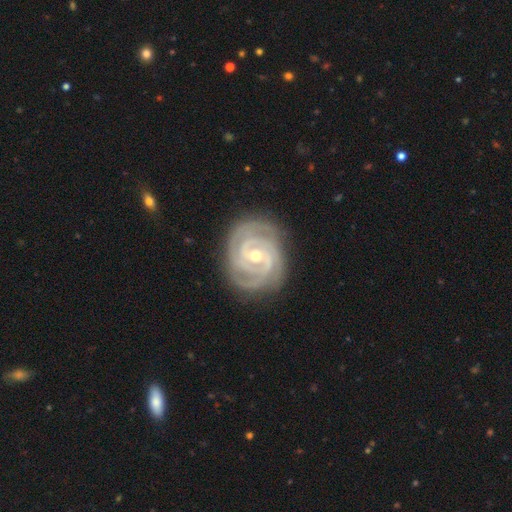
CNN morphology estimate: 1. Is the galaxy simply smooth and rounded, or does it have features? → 92% featured or disk, 4% star or artifact, 4% smooth.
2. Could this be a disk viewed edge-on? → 97% no, 3% yes.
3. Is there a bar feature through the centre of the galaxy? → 44% weak, 36% no, 20% strong.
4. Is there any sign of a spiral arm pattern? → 98% yes, 2% no.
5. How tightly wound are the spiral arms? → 80% tight, 18% medium, 2% loose.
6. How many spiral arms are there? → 38% 3, 29% 2, 12% 4, 12% can't tell, 5% more than 4, 5% 1.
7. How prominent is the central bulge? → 51% moderate, 46% small, 1% large, 1% none, 1% dominant.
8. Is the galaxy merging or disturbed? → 82% none, 13% minor disturbance, 3% major disturbance, 1% merger.